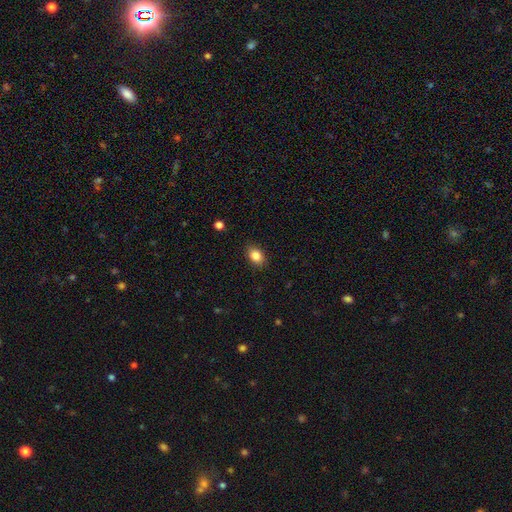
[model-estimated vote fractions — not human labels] Overall: smooth (86%). How rounded: in between (76%). Merging: none (86%).